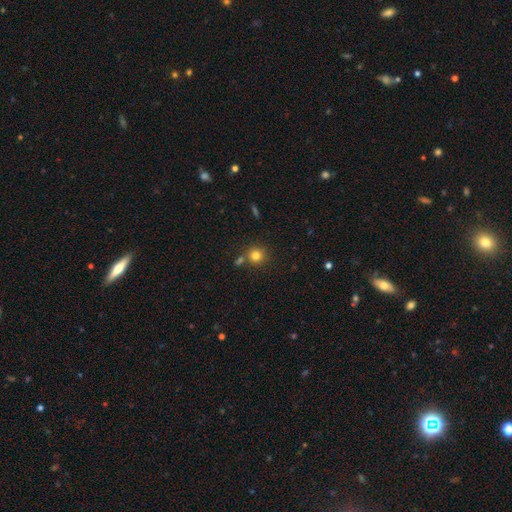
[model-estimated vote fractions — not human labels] Q: Smooth or featured?
A: smooth (80%); runner-up: star or artifact (13%)
Q: How rounded?
A: round (91%); runner-up: in between (8%)
Q: Merging?
A: none (75%); runner-up: merger (13%)